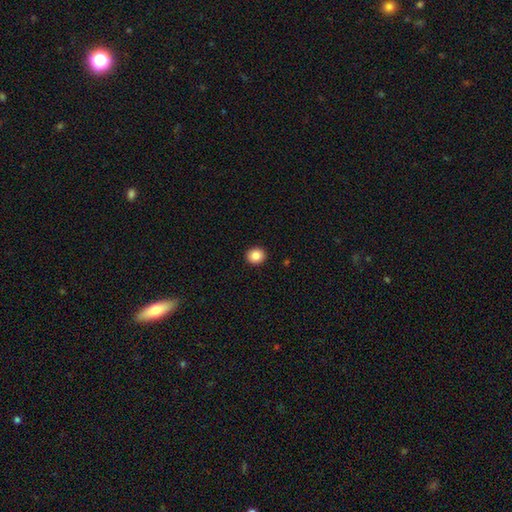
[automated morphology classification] A smooth galaxy with no disk features (86%) that is round (82%).

Vote fractions:
- Smooth or featured? smooth: 86% / star or artifact: 9% / featured or disk: 5%
- How rounded? round: 82% / in between: 17% / cigar-shaped: 1%
- Merging? none: 93% / minor disturbance: 4% / major disturbance: 1% / merger: 1%